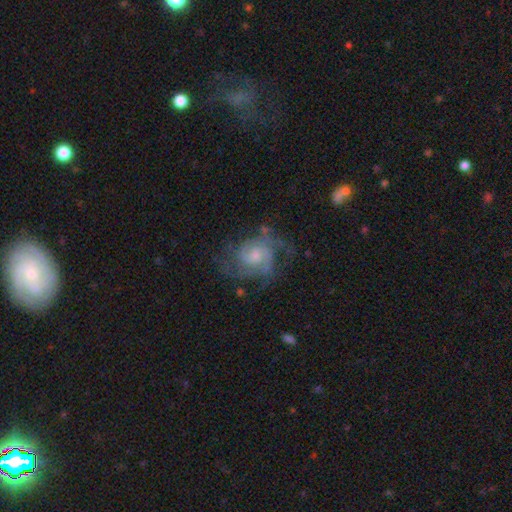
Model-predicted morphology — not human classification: Smooth or featured? featured or disk (81%)
Edge-on disk? no (98%)
Bar? no (66%)
Spiral arms? yes (93%)
Spiral winding? medium (45%)
Spiral arm count? 2 (42%)
Bulge size? small (52%)
Merging? none (60%)